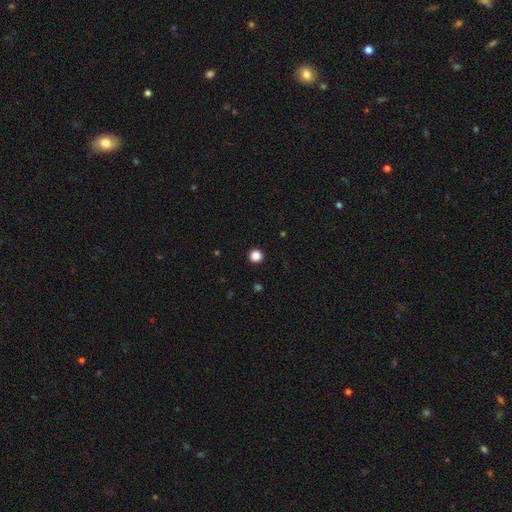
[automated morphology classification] The model was most divided on "smooth or featured": smooth: 86%, star or artifact: 11%, featured or disk: 3%. More confident: how rounded — round (96%); merging — none (94%).